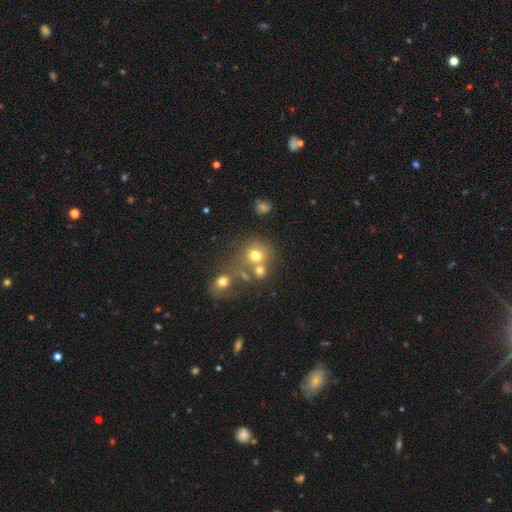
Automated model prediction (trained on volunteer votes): Overall: smooth (69%). How rounded: round (80%). Merging: none (47%; merger 35%).